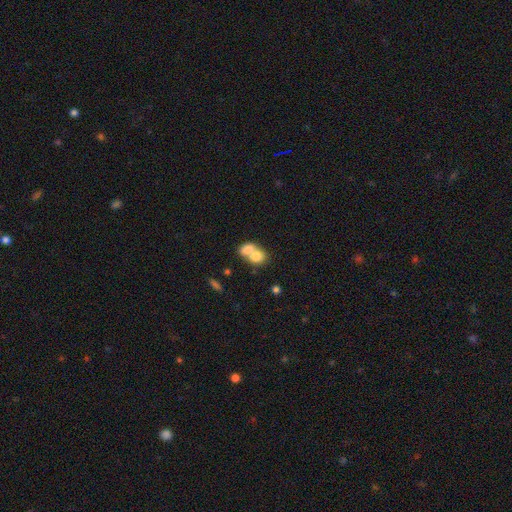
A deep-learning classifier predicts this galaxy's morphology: Smooth or featured?
  - smooth: 76% *
  - featured or disk: 16%
  - star or artifact: 8%
How rounded?
  - in between: 54% *
  - round: 45%
  - cigar-shaped: 1%
Merging?
  - merger: 72% *
  - none: 20%
  - minor disturbance: 5%
  - major disturbance: 3%